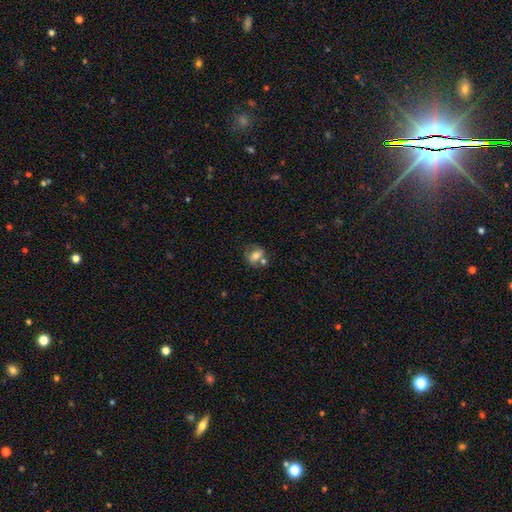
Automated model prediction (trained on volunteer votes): Smooth or featured?
  - smooth: 62% *
  - featured or disk: 29%
  - star or artifact: 10%
How rounded?
  - in between: 50% *
  - round: 48%
  - cigar-shaped: 2%
Merging?
  - none: 48% *
  - merger: 27%
  - minor disturbance: 17%
  - major disturbance: 7%